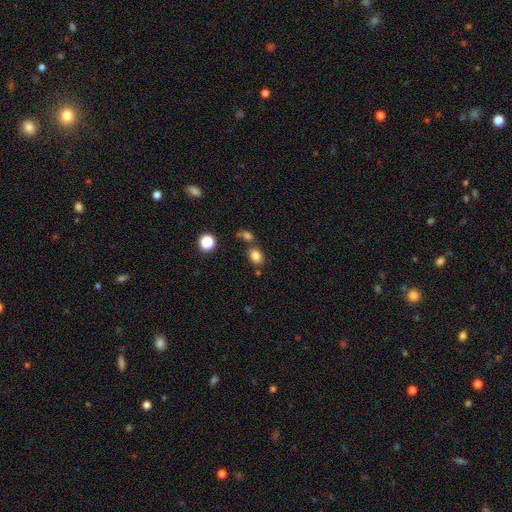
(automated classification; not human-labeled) Smooth or featured?
  - smooth: 82% *
  - star or artifact: 12%
  - featured or disk: 6%
How rounded?
  - in between: 64% *
  - round: 35%
  - cigar-shaped: 1%
Merging?
  - none: 70% *
  - merger: 14%
  - minor disturbance: 12%
  - major disturbance: 4%